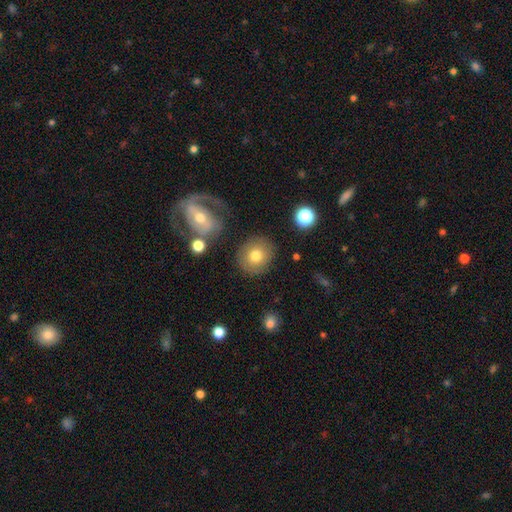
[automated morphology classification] This is likely a smooth galaxy (75%). How rounded: clearly round (83%). Merging: clearly none (82%).